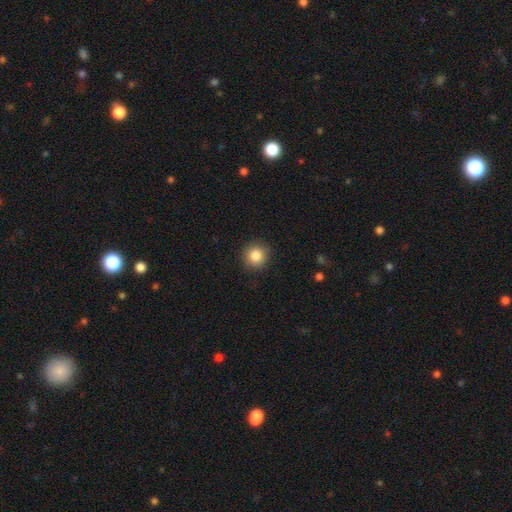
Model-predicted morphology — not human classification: Smooth or featured: smooth — 85% (star or artifact — 10%)
How rounded: round — 93% (in between — 6%)
Merging: none — 90% (minor disturbance — 7%)